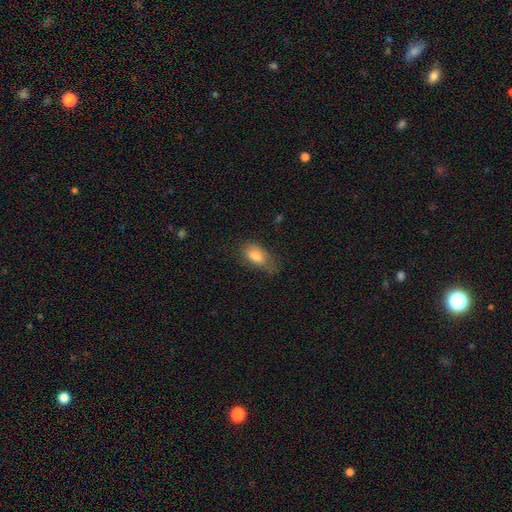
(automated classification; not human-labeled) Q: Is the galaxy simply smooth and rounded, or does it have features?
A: smooth — 81%.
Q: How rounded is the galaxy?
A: in between — 90%.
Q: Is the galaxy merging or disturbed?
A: none — 55%.